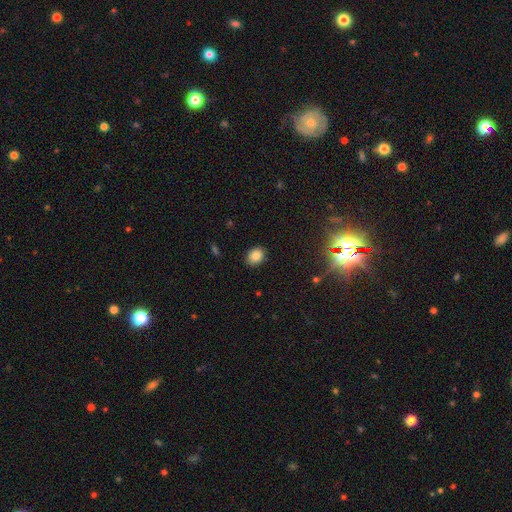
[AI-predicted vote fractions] Q: Smooth or featured?
A: smooth (84%); runner-up: star or artifact (10%)
Q: How rounded?
A: in between (53%); runner-up: round (46%)
Q: Merging?
A: none (89%); runner-up: minor disturbance (8%)